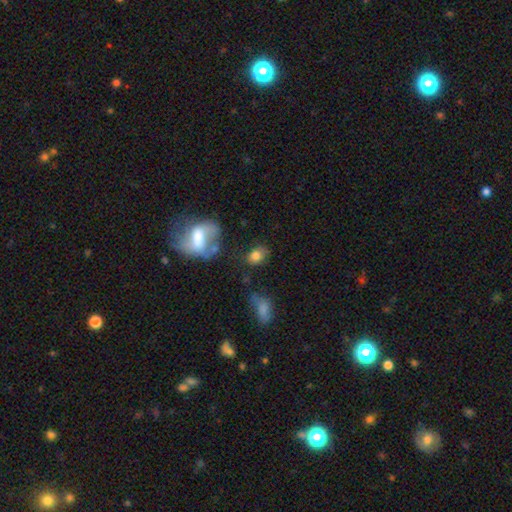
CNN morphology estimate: Overall: smooth (77%). How rounded: in between (60%; round 38%). Merging: none (63%).